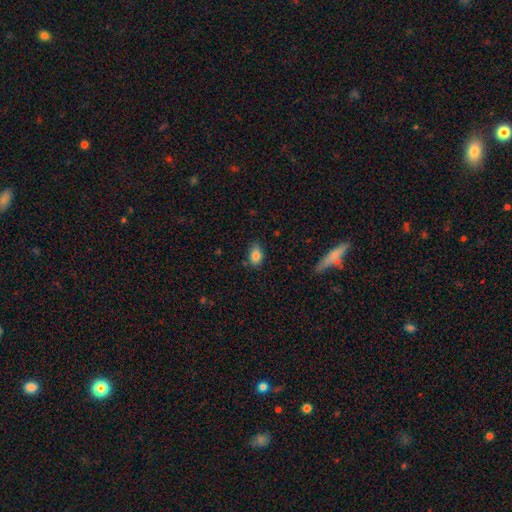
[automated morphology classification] This appears to be a smooth galaxy with no disk features (84%) that is in between round and cigar-shaped (85%). Merging: none (72%).